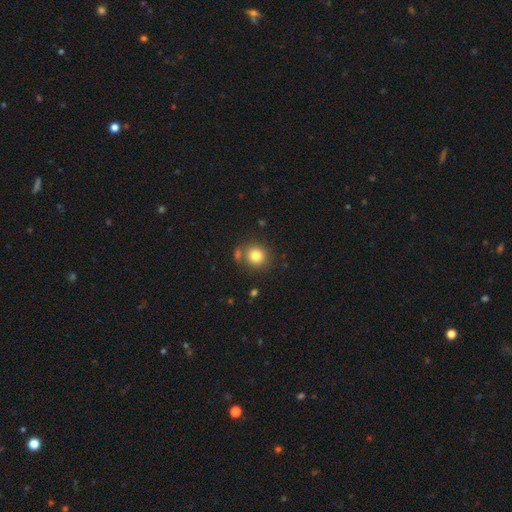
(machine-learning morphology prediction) A smooth galaxy with no disk features (81%) that is round (87%). Merging: none (73%).